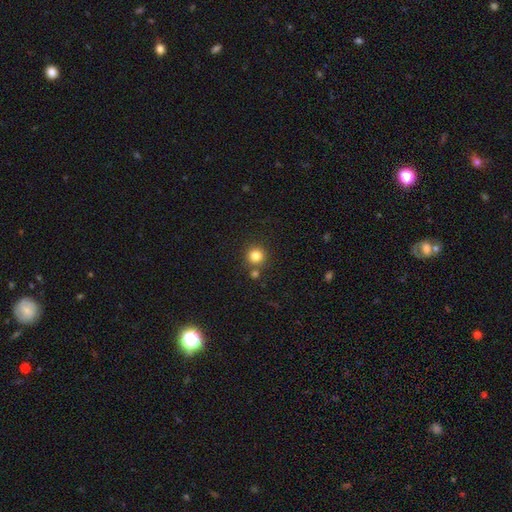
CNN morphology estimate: Q: Smooth or featured?
A: smooth (82%); runner-up: star or artifact (13%)
Q: How rounded?
A: round (94%); runner-up: in between (5%)
Q: Merging?
A: none (81%); runner-up: merger (10%)